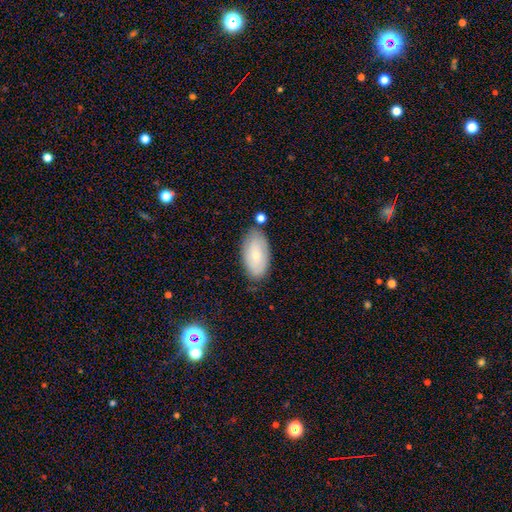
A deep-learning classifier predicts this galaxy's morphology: Q: Smooth or featured?
A: smooth (69%); runner-up: featured or disk (25%)
Q: How rounded?
A: in between (94%); runner-up: round (3%)
Q: Merging?
A: none (75%); runner-up: minor disturbance (17%)